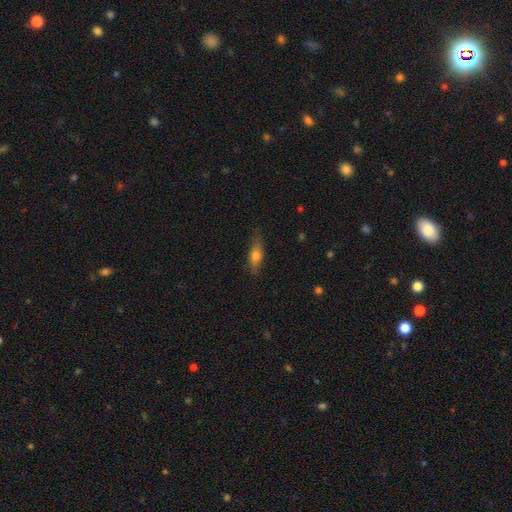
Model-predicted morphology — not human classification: Q: Smooth or featured?
A: smooth (66%); runner-up: featured or disk (27%)
Q: How rounded?
A: in between (55%); runner-up: cigar-shaped (41%)
Q: Merging?
A: none (77%); runner-up: minor disturbance (18%)